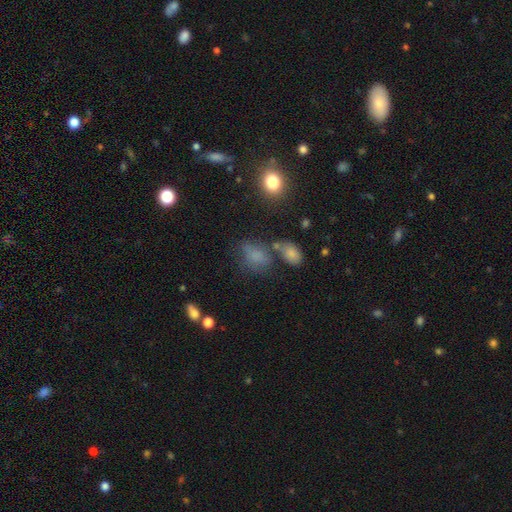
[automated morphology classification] smooth 67%, star or artifact 19%, featured or disk 14%. Down the decision tree: how rounded — in between (68%); merging — none (46%).